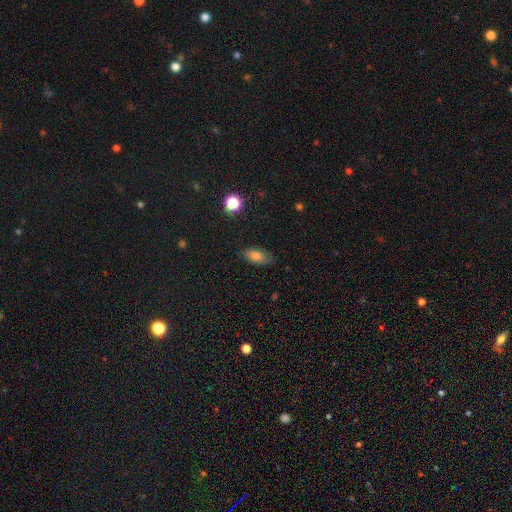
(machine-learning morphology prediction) smooth 77%, featured or disk 12%, star or artifact 10%. Down the decision tree: how rounded — in between (86%); merging — none (79%).